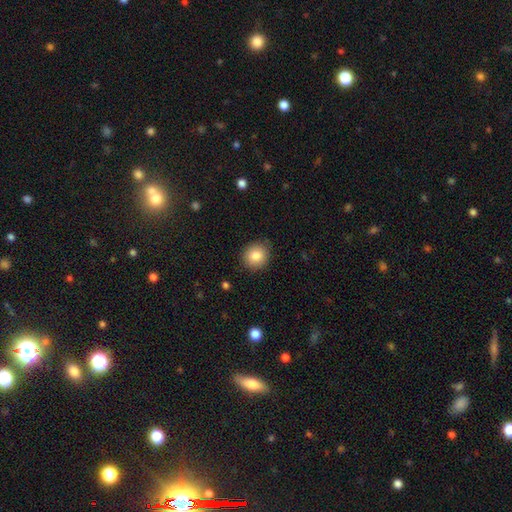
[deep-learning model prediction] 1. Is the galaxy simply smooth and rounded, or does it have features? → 84% smooth, 9% star or artifact, 7% featured or disk.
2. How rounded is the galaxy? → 86% round, 13% in between, 1% cigar-shaped.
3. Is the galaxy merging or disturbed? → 88% none, 9% minor disturbance, 2% major disturbance, 1% merger.